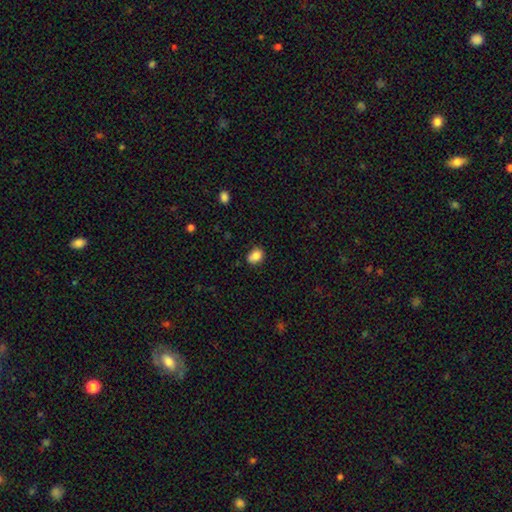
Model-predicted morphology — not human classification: The model was most divided on "how rounded": in between: 62%, round: 37%, cigar-shaped: 1%. More confident: smooth or featured — smooth (86%); merging — none (74%).